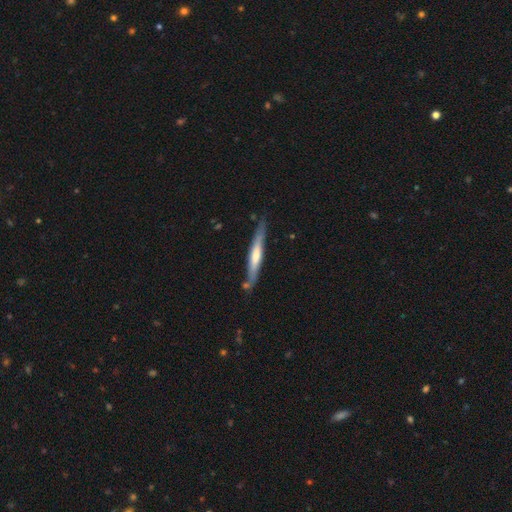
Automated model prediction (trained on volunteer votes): smooth-or-featured: featured or disk: 57% | smooth: 38% | star or artifact: 5%
  disk-edge-on: yes: 93% | no: 7%
    edge-on-bulge: rounded: 49% | none: 32% | boxy: 19%
  merging: none: 78% | minor disturbance: 15% | merger: 4% | major disturbance: 3%